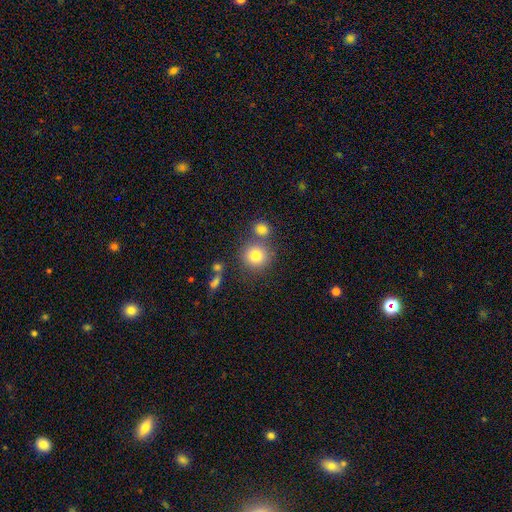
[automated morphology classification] Q: Smooth or featured?
A: smooth (79%); runner-up: star or artifact (12%)
Q: How rounded?
A: round (91%); runner-up: in between (8%)
Q: Merging?
A: none (70%); runner-up: merger (17%)